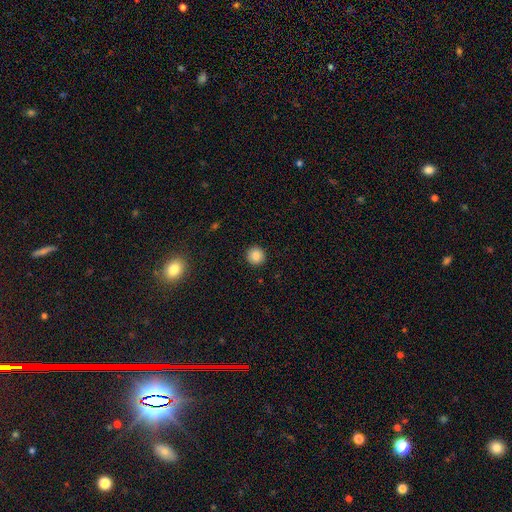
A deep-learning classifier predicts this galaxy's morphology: smooth 85%, star or artifact 10%, featured or disk 5%. Down the decision tree: how rounded — round (95%); merging — none (93%).